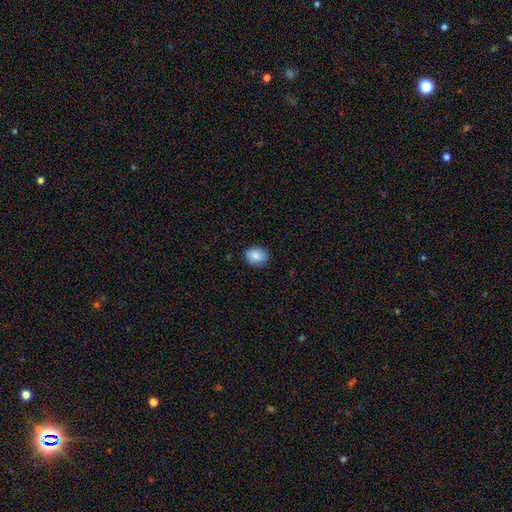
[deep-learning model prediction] Overall: smooth (86%). How rounded: in between (55%; round 44%). Merging: none (86%).